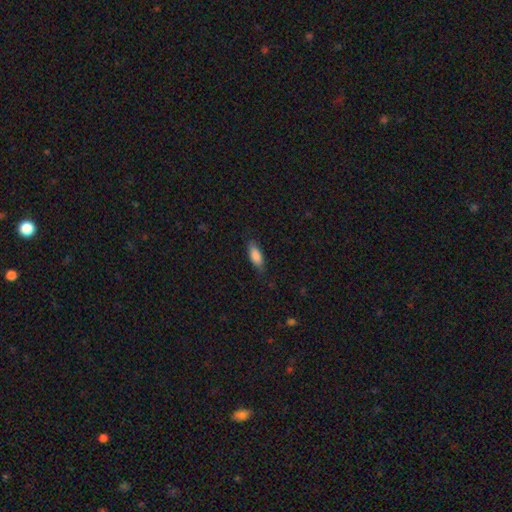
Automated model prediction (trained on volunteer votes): A smooth galaxy with no disk features (85%) that is in between round and cigar-shaped (73%).

Vote fractions:
- Smooth or featured? smooth: 85% / featured or disk: 8% / star or artifact: 6%
- How rounded? in between: 73% / cigar-shaped: 25% / round: 2%
- Merging? none: 80% / minor disturbance: 16% / major disturbance: 3% / merger: 1%